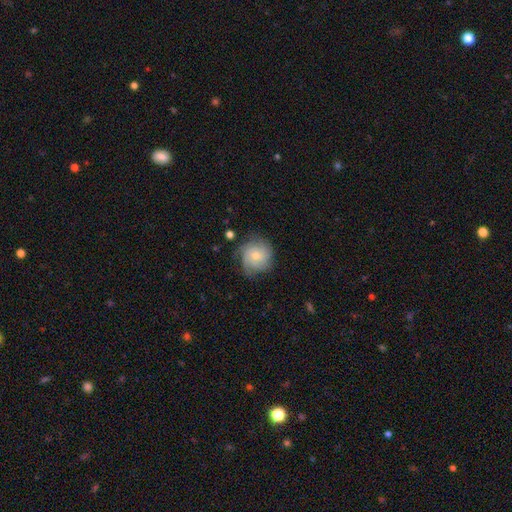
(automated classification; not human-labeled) smooth_or_featured: featured or disk (p=0.57) [alt: smooth p=0.33]
disk_edge_on: no (p=0.97) [alt: yes p=0.03]
bar: no (p=0.81) [alt: weak p=0.16]
has_spiral_arms: yes (p=0.85) [alt: no p=0.15]
bulge_size: moderate (p=0.49) [alt: small p=0.47]
merging: none (p=0.70) [alt: minor disturbance p=0.21]